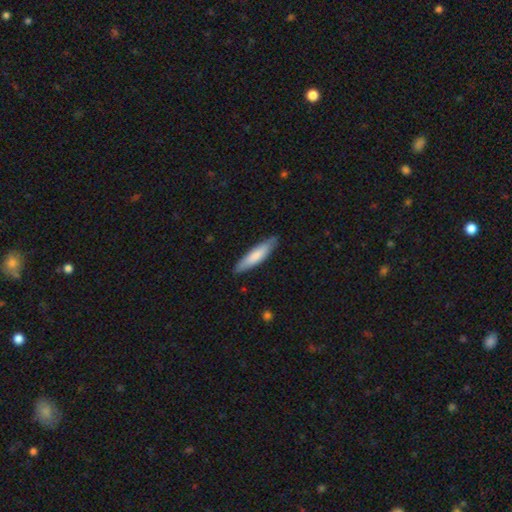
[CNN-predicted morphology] Smooth or featured?
  - smooth: 77% *
  - featured or disk: 19%
  - star or artifact: 5%
How rounded?
  - cigar-shaped: 77% *
  - in between: 22%
  - round: 1%
Merging?
  - none: 86% *
  - minor disturbance: 11%
  - major disturbance: 2%
  - merger: 1%